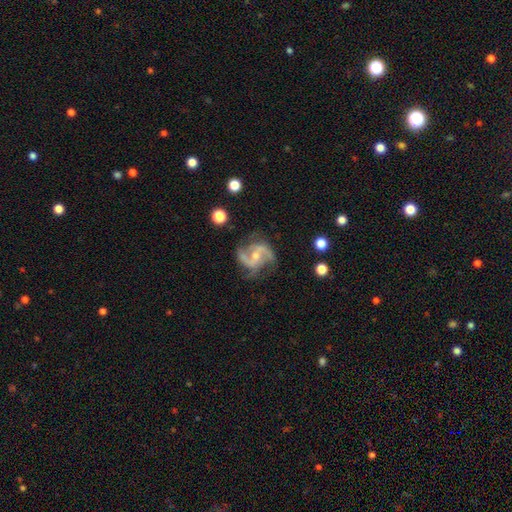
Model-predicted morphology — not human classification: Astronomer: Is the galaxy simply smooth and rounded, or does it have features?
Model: featured or disk — 89%.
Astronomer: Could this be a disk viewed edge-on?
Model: no — 98%.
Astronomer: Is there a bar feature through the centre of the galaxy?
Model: weak — 42% (runner-up: no, 40%).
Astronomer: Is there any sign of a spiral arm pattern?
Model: yes — 97%.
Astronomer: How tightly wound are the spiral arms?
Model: medium — 53% (runner-up: loose, 32%).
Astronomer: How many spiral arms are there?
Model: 2 — 70%.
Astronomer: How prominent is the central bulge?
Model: small — 53% (runner-up: moderate, 41%).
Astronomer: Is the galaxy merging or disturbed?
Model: none — 68%.